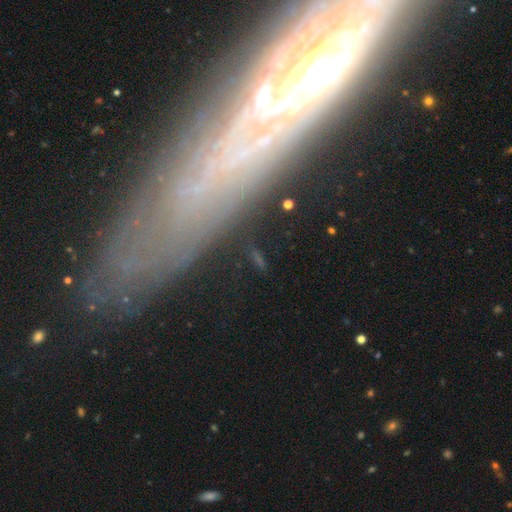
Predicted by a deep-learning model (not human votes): The model was most divided on "smooth or featured": featured or disk: 46%, star or artifact: 31%, smooth: 23%. More confident: merging — none (81%).